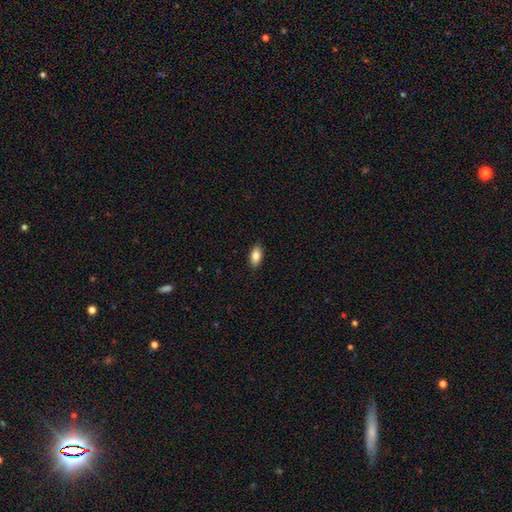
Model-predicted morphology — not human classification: Smooth or featured? Predicted: smooth (p=0.85). How rounded? Predicted: in between (p=0.91). Merging? Predicted: none (p=0.89).